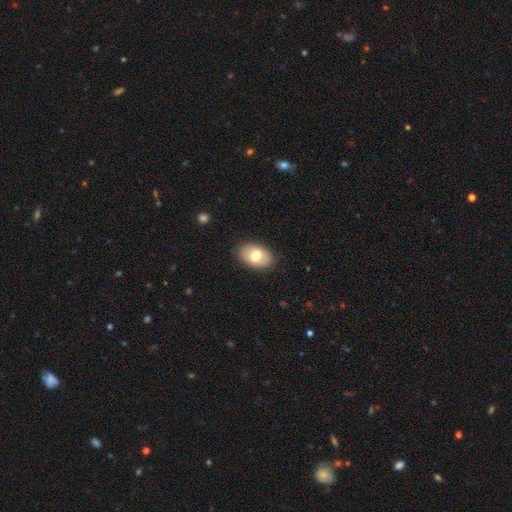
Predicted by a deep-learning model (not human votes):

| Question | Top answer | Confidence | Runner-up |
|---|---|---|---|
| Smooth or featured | smooth | 75% | featured or disk (19%) |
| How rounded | in between | 88% | round (11%) |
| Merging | none | 86% | minor disturbance (11%) |